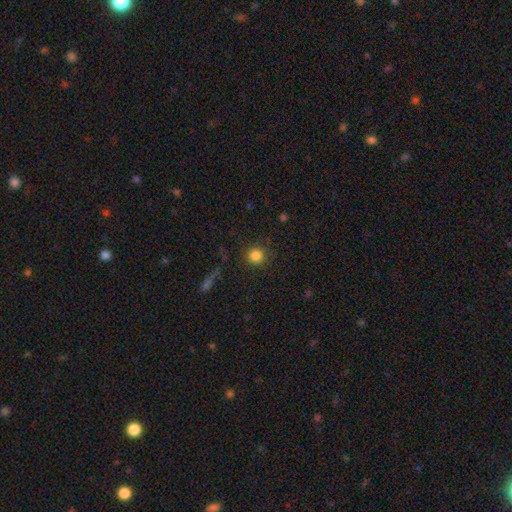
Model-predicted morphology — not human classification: A smooth galaxy with no disk features (83%) that is round (94%).

Vote fractions:
- Smooth or featured? smooth: 83% / star or artifact: 11% / featured or disk: 5%
- How rounded? round: 94% / in between: 5% / cigar-shaped: 1%
- Merging? none: 88% / minor disturbance: 7% / major disturbance: 3% / merger: 2%